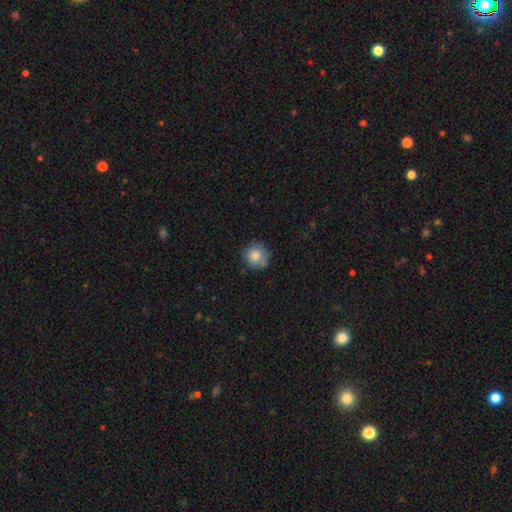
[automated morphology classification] Smooth or featured? smooth (81%)
How rounded? round (90%)
Merging? none (72%)